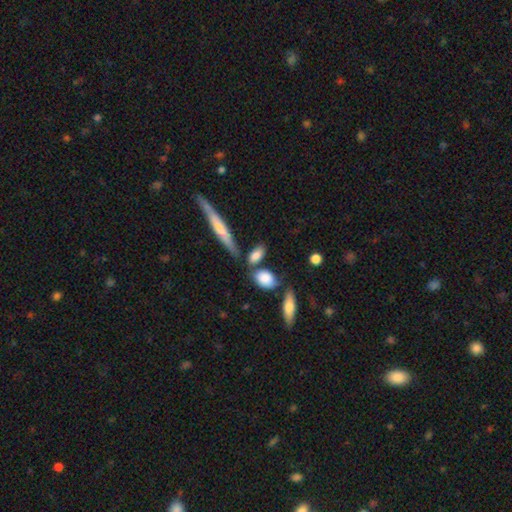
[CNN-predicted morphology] Smooth or featured: smooth — 82% (featured or disk — 12%)
How rounded: in between — 77% (cigar-shaped — 14%)
Merging: none — 62% (merger — 17%)